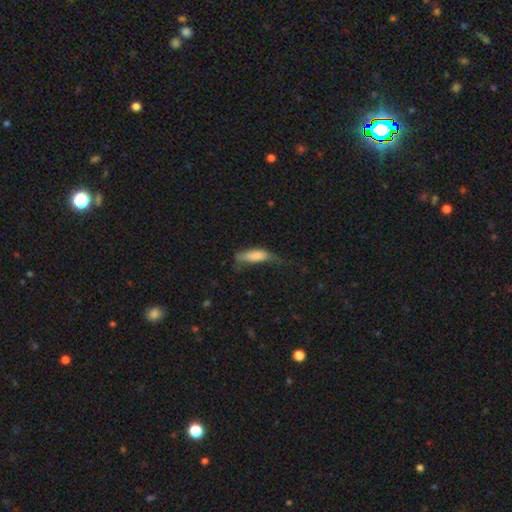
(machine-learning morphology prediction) This appears to be a smooth galaxy with no disk features (71%) that is in between round and cigar-shaped (54%). Merging: minor disturbance (35%).